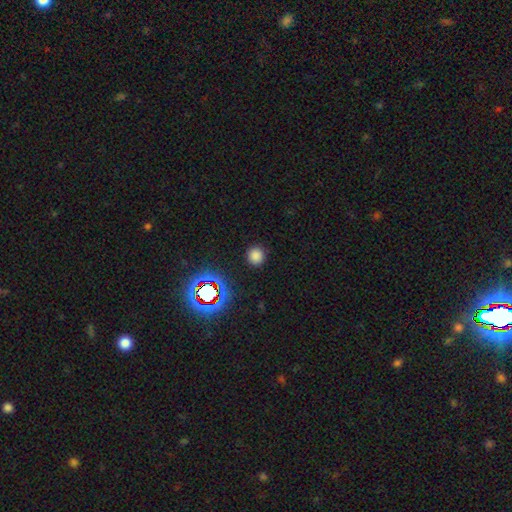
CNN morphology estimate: A smooth galaxy with no disk features (76%) that is round (92%).

Vote fractions:
- Smooth or featured? smooth: 76% / star or artifact: 20% / featured or disk: 5%
- How rounded? round: 92% / in between: 7% / cigar-shaped: 1%
- Merging? none: 89% / minor disturbance: 7% / major disturbance: 3% / merger: 1%